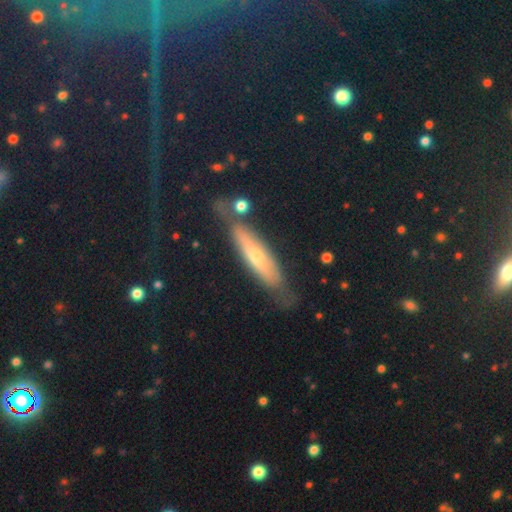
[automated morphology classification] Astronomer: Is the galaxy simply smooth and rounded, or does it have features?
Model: featured or disk — 49% (runner-up: smooth, 41%).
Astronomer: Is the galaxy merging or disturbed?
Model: none — 71%.